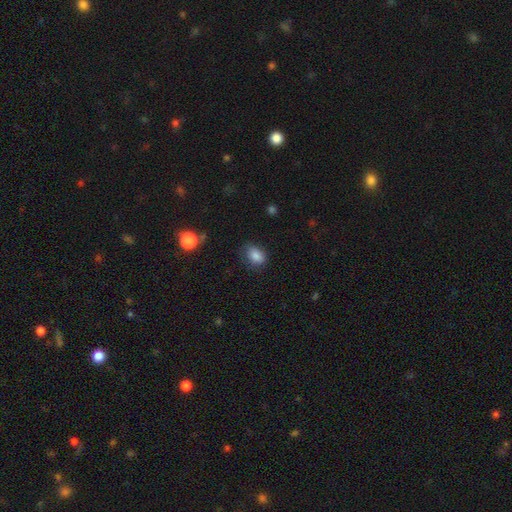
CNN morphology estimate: A smooth galaxy with no disk features (85%) that is in between round and cigar-shaped (78%).

Vote fractions:
- Smooth or featured? smooth: 85% / star or artifact: 9% / featured or disk: 6%
- How rounded? in between: 78% / round: 20% / cigar-shaped: 2%
- Merging? none: 71% / minor disturbance: 22% / major disturbance: 6% / merger: 2%